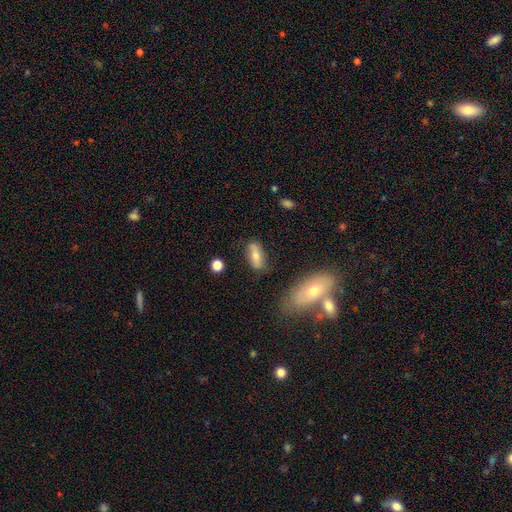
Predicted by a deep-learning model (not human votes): Overall: smooth (57%; featured or disk 35%). How rounded: in between (72%). Merging: none (74%).